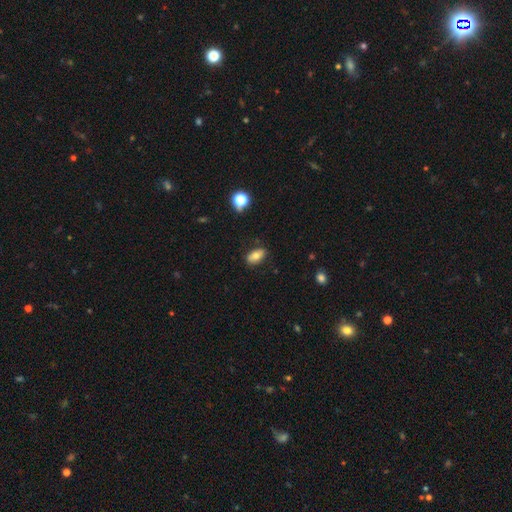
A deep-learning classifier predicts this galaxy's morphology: Smooth or featured: smooth — 71% (featured or disk — 20%)
How rounded: in between — 88% (round — 7%)
Merging: none — 82% (minor disturbance — 13%)